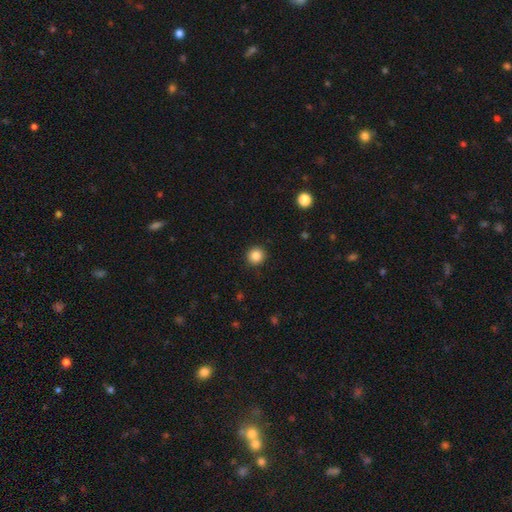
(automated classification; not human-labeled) Smooth or featured? Predicted: smooth (p=0.86). How rounded? Predicted: round (p=0.93). Merging? Predicted: none (p=0.92).